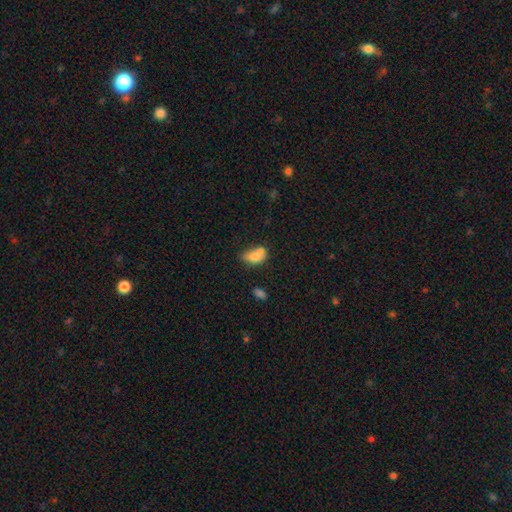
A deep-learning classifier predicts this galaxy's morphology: This appears to be a smooth galaxy with no disk features (71%) that is in between round and cigar-shaped (80%). Merging: merger (46%).